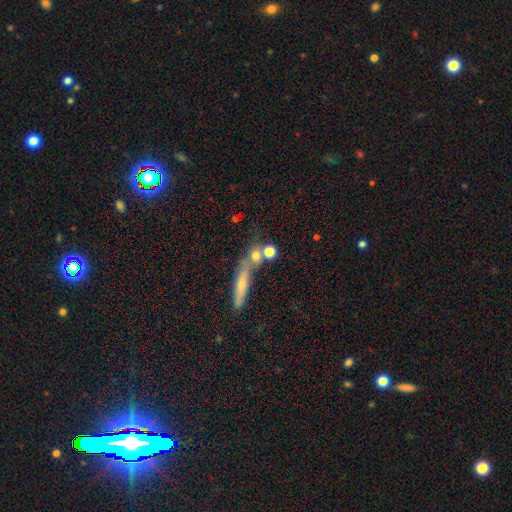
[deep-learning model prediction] Morphology: type=smooth (67%); roundness=round (64%); merging=none (54%).